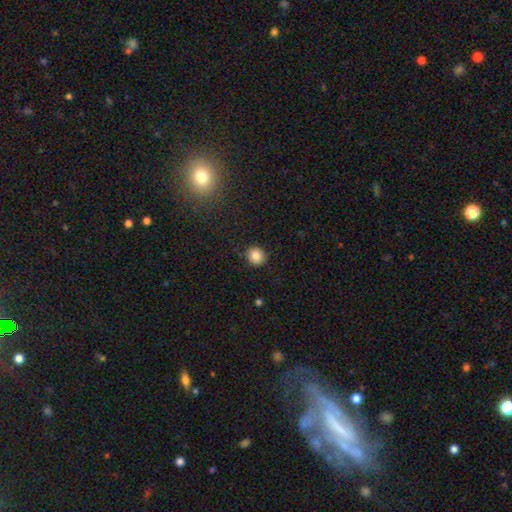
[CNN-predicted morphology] A smooth galaxy with no disk features (85%) that is round (86%). Merging: none (88%).